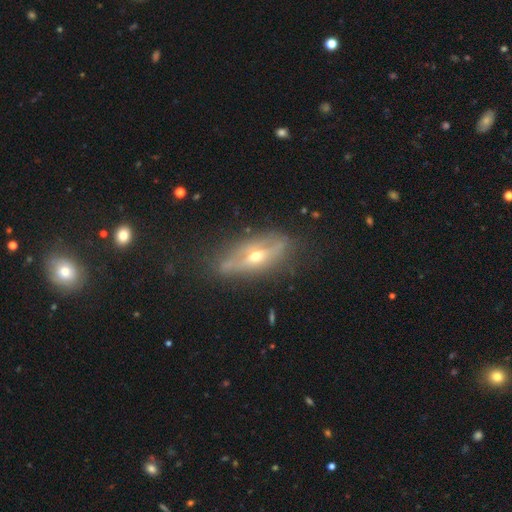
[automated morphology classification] smooth_or_featured: featured or disk (p=0.74) [alt: smooth p=0.18]
disk_edge_on: yes (p=0.73) [alt: no p=0.27]
edge_on_bulge: rounded (p=0.93) [alt: none p=0.04]
merging: none (p=0.73) [alt: minor disturbance p=0.19]